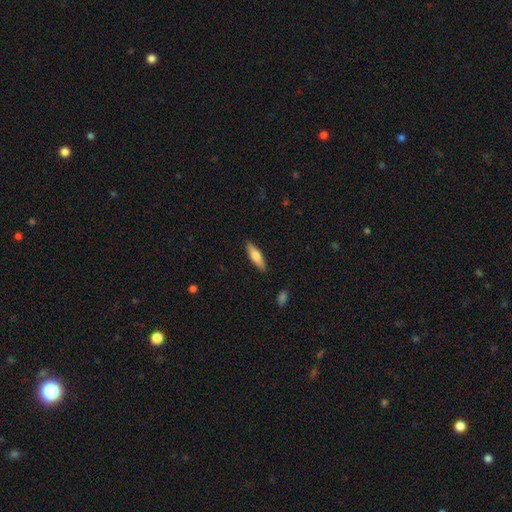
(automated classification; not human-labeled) Smooth or featured? Predicted: smooth (p=0.63). How rounded? Predicted: cigar-shaped (p=0.61). Merging? Predicted: none (p=0.89).